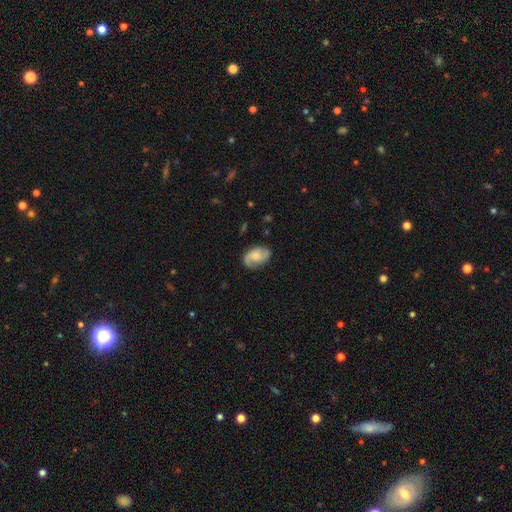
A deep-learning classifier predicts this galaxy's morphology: type=featured or disk (61%); edge-on=no (97%); bar=no (61%); spiral arms=yes (93%); winding=medium (42%); arm count=2 (79%); bulge=moderate (30%); merging=none (74%).